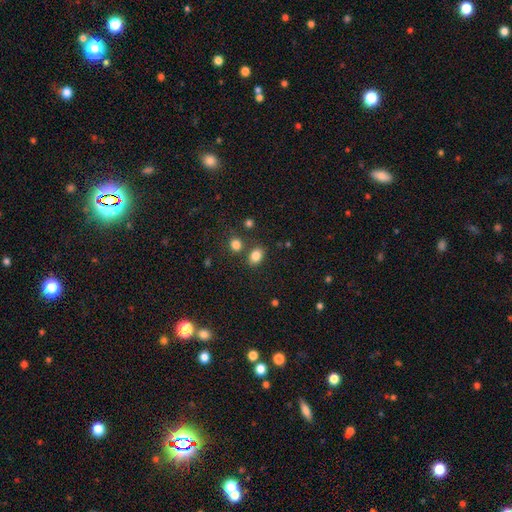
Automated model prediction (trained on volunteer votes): smooth_or_featured: smooth (p=0.83) [alt: star or artifact p=0.11]
how_rounded: in between (p=0.69) [alt: round p=0.30]
merging: none (p=0.74) [alt: merger p=0.12]